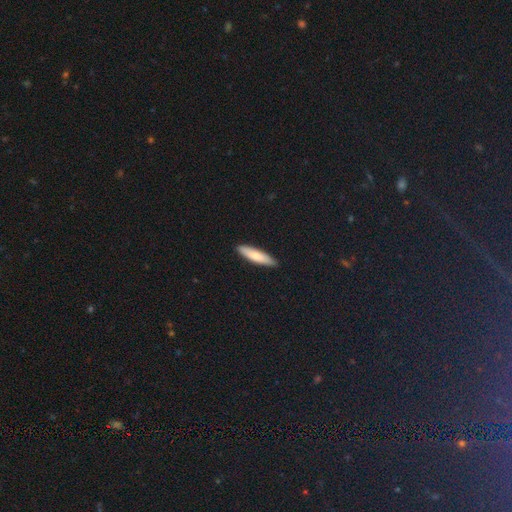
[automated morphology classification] A smooth galaxy with no disk features (78%) that is cigar-shaped (77%). Merging: none (90%).